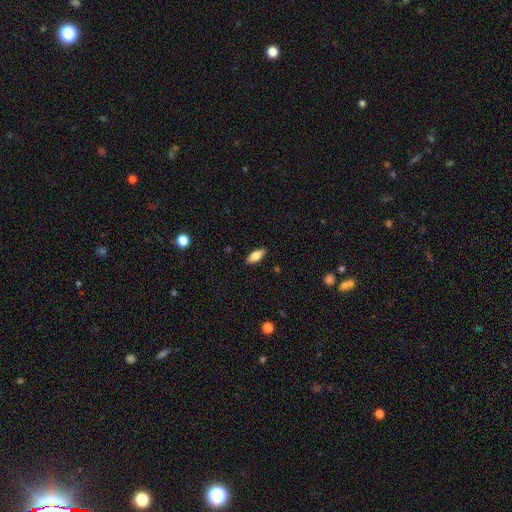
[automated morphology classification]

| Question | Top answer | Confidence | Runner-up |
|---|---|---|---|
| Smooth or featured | smooth | 73% | featured or disk (20%) |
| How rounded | in between | 77% | cigar-shaped (20%) |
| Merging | none | 88% | minor disturbance (9%) |